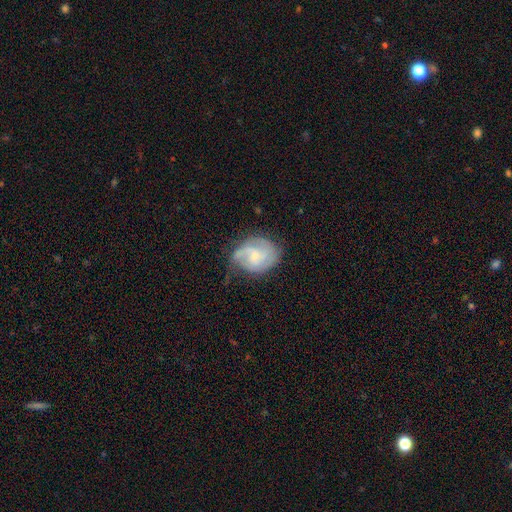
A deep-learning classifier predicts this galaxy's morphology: Smooth or featured? Predicted: featured or disk (p=0.69). Edge-on disk? Predicted: no (p=0.98). Bar? Predicted: no (p=0.52). Spiral arms? Predicted: yes (p=0.91). Spiral winding? Predicted: medium (p=0.46). Spiral arm count? Predicted: 2 (p=0.43). Bulge size? Predicted: small (p=0.60). Merging? Predicted: none (p=0.54).